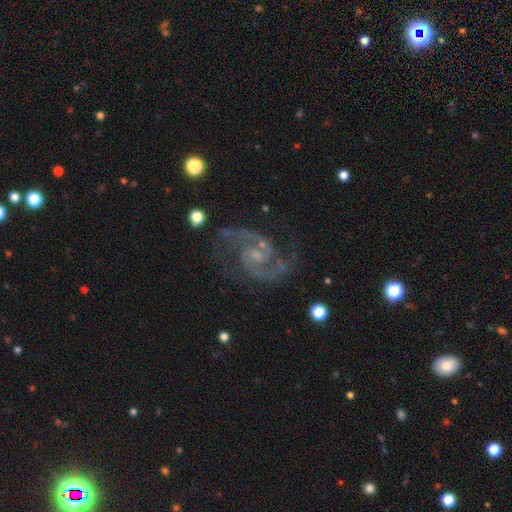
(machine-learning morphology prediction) Overall: featured or disk (92%). Edge-on disk: no (98%). Bar: no (47%; weak 43%). Spiral arms: yes (98%). Spiral arm count: 2 (93%). Spiral winding: medium (65%). Bulge size: small (63%; moderate 24%). Merging: none (76%).